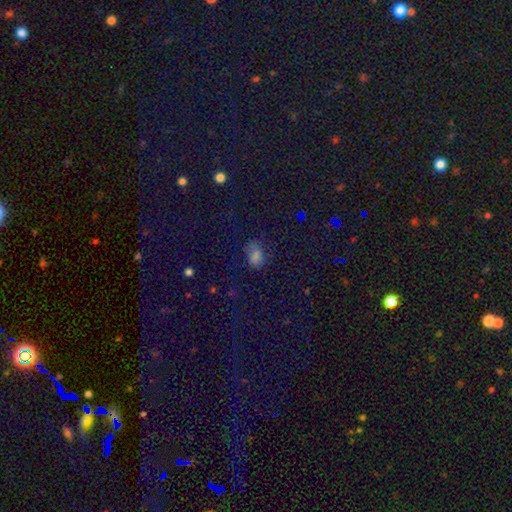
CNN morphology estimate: Smooth or featured? smooth (61%)
How rounded? in between (80%)
Merging? none (59%)